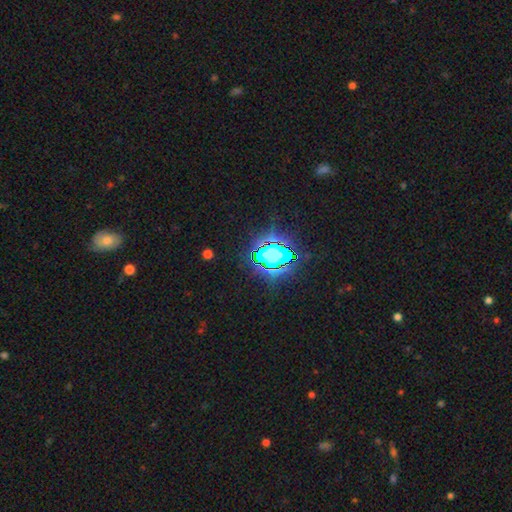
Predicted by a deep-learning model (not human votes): The model was most divided on "smooth or featured": star or artifact: 80%, smooth: 12%, featured or disk: 7%.